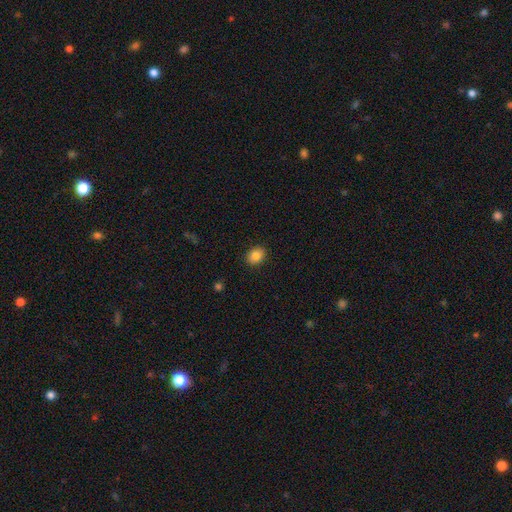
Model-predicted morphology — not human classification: Smooth or featured? Predicted: smooth (p=0.86). How rounded? Predicted: in between (p=0.54). Merging? Predicted: none (p=0.89).